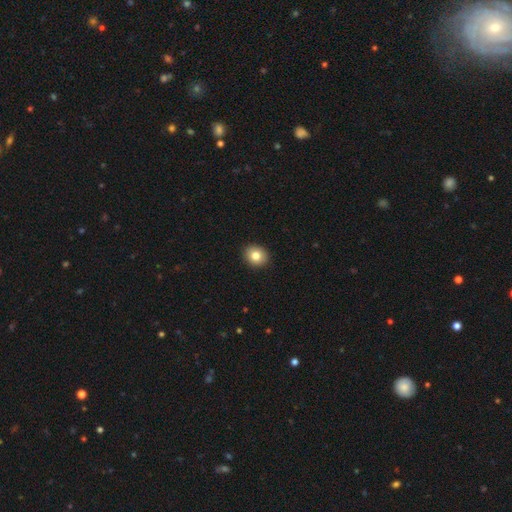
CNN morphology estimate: smooth_or_featured: smooth (p=0.82) [alt: star or artifact p=0.09]
how_rounded: round (p=0.63) [alt: in between p=0.36]
merging: none (p=0.92) [alt: minor disturbance p=0.06]